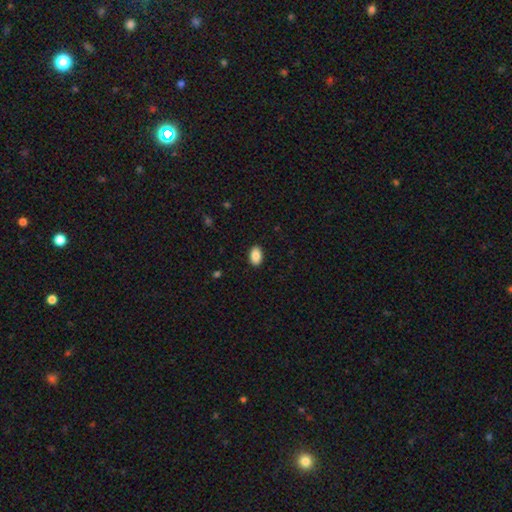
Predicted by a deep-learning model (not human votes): smooth-or-featured: smooth: 89% | star or artifact: 7% | featured or disk: 4%
  how-rounded: in between: 92% | round: 7% | cigar-shaped: 1%
  merging: none: 90% | minor disturbance: 7% | major disturbance: 2% | merger: 1%